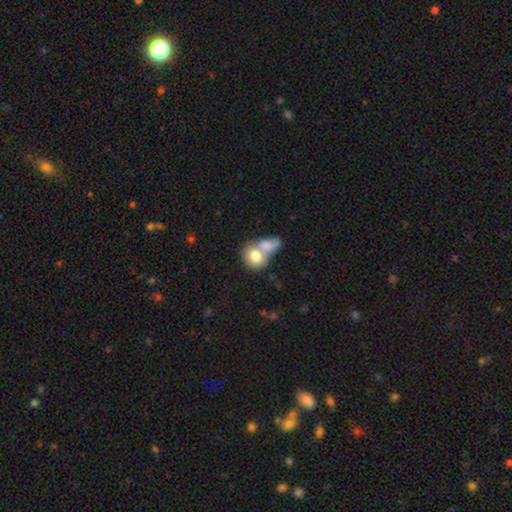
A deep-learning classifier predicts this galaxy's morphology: A smooth galaxy with no disk features (77%) that is round (51%).

Vote fractions:
- Smooth or featured? smooth: 77% / featured or disk: 16% / star or artifact: 7%
- How rounded? round: 51% / in between: 47% / cigar-shaped: 2%
- Merging? merger: 66% / none: 22% / minor disturbance: 7% / major disturbance: 5%